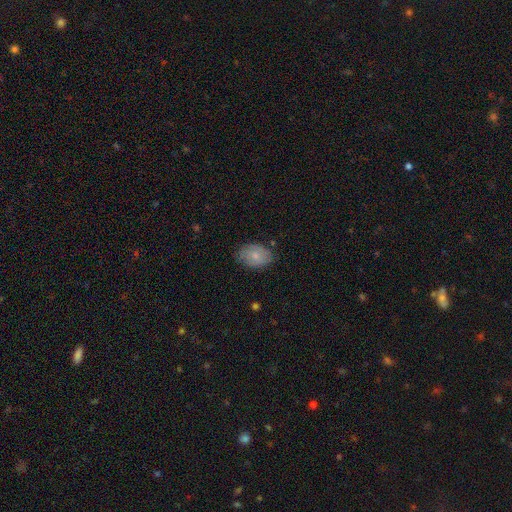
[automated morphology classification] This is likely a smooth galaxy (67%). How rounded: clearly in between (82%). Merging: likely none (75%).